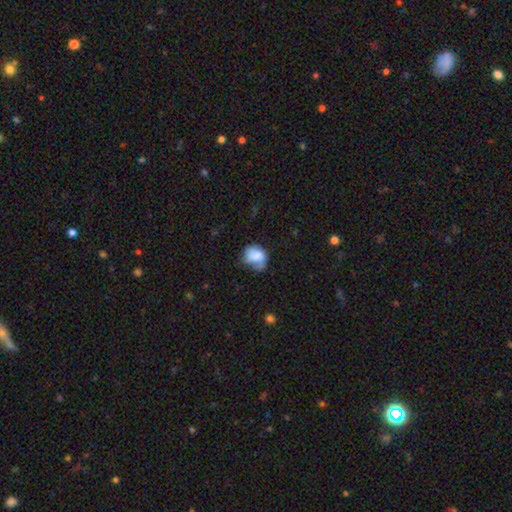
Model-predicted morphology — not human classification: smooth-or-featured: smooth: 70% | featured or disk: 20% | star or artifact: 9%
  how-rounded: round: 55% | in between: 44% | cigar-shaped: 1%
  merging: minor disturbance: 34% (tied) | none: 34% (tied) | major disturbance: 23% | merger: 8%